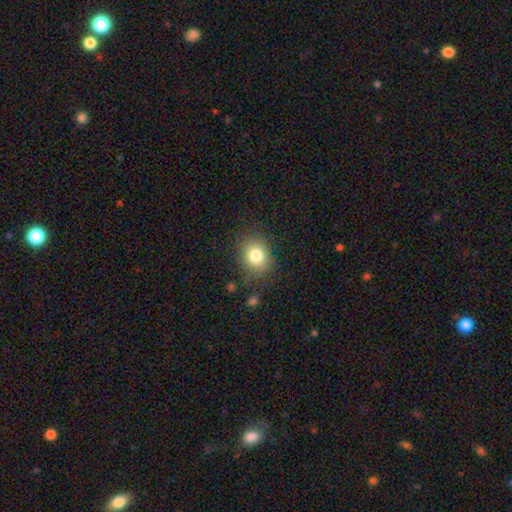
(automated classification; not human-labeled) A smooth galaxy with no disk features (80%) that is round (55%). Merging: none (79%).